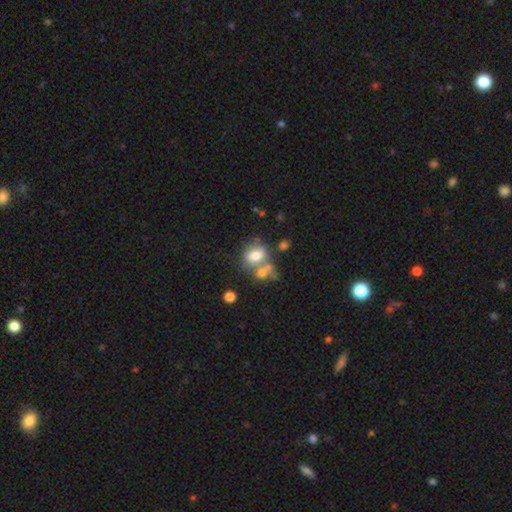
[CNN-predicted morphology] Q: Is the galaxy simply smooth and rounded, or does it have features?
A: smooth — 69%.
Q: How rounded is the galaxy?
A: in between — 71%.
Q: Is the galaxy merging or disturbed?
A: merger — 44%.